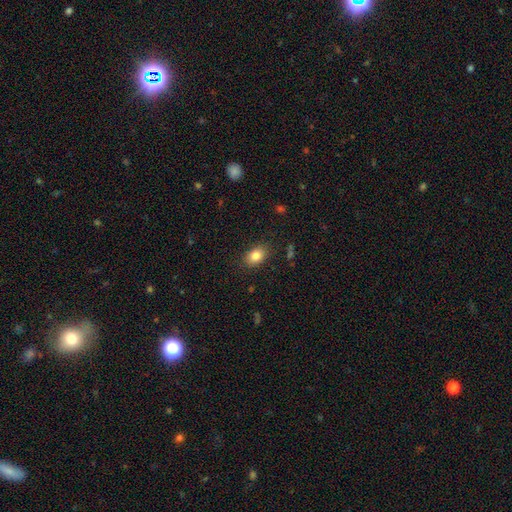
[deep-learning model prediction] Morphology: type=smooth (84%); roundness=in between (80%); merging=none (85%).